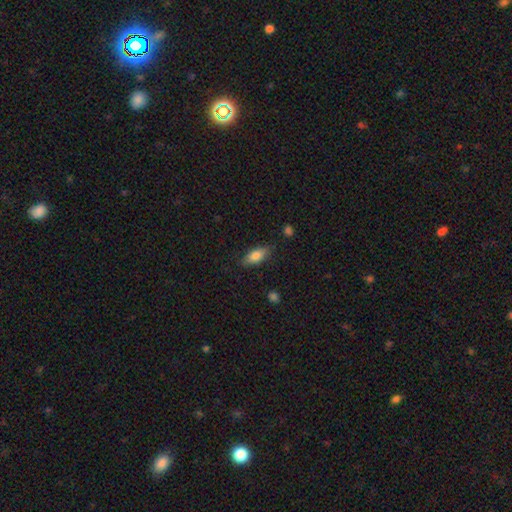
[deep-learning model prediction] Q: Smooth or featured?
A: smooth (78%); runner-up: featured or disk (15%)
Q: How rounded?
A: in between (79%); runner-up: cigar-shaped (18%)
Q: Merging?
A: none (82%); runner-up: minor disturbance (14%)